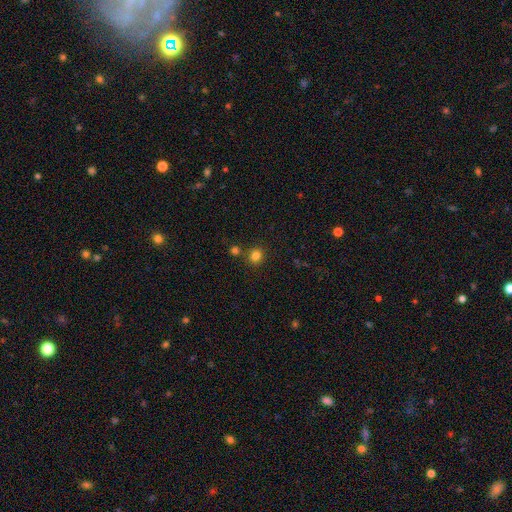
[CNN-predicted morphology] This appears to be a smooth galaxy with no disk features (81%) that is round (83%). Merging: none (79%).